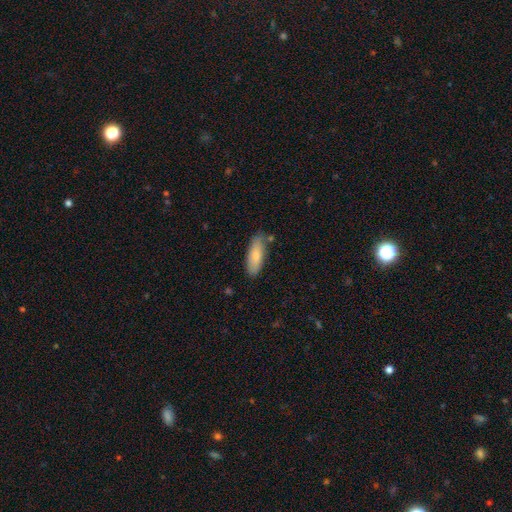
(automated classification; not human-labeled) Smooth or featured? smooth (80%)
How rounded? in between (72%)
Merging? none (75%)